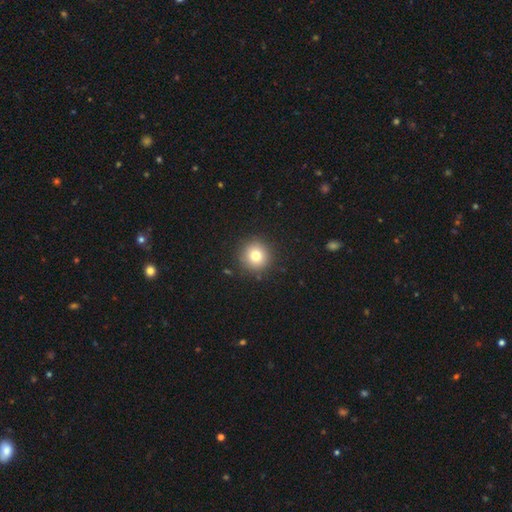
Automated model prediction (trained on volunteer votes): The model was most divided on "smooth or featured": smooth: 78%, star or artifact: 12%, featured or disk: 10%. More confident: how rounded — round (95%); merging — none (90%).